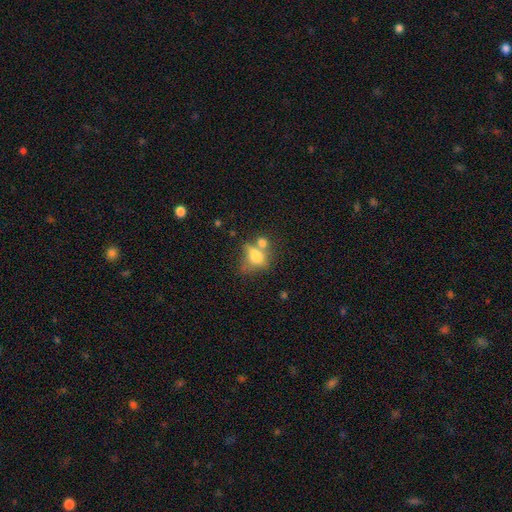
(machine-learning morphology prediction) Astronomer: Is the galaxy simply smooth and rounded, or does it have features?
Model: smooth — 70%.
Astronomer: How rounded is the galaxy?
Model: in between — 71%.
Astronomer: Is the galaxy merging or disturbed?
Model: merger — 41% (runner-up: none, 30%).